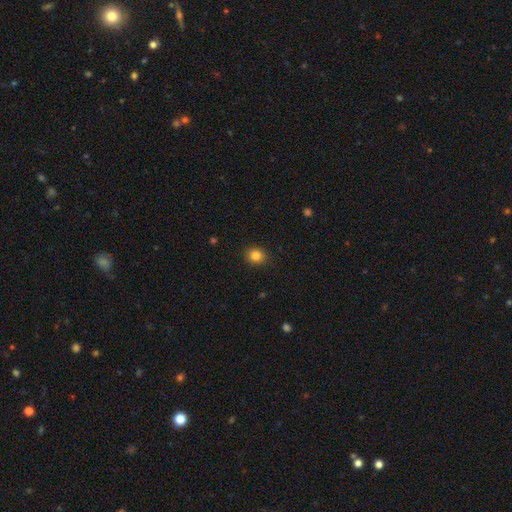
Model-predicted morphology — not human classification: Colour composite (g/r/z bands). It shows a smooth galaxy with no disk features (84%) that is round (80%). Merging: none (90%).